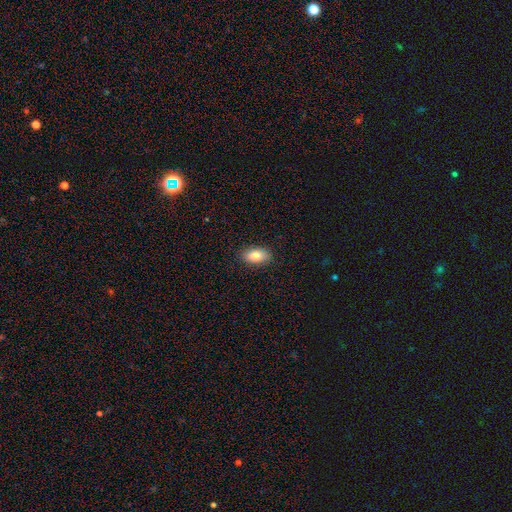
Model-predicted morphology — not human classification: Smooth or featured: smooth — 82% (featured or disk — 10%)
How rounded: in between — 91% (round — 7%)
Merging: none — 89% (minor disturbance — 8%)